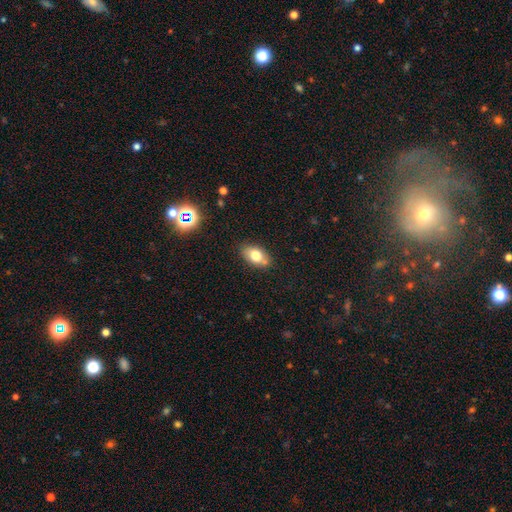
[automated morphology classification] This appears to be a smooth galaxy with no disk features (75%) that is in between round and cigar-shaped (85%). Merging: none (73%).